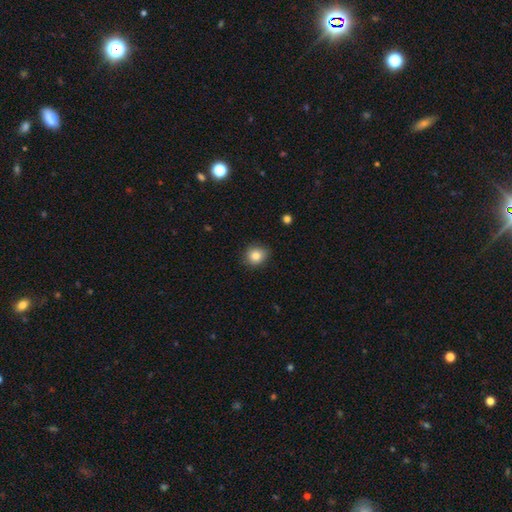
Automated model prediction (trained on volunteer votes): Smooth or featured: smooth — 84% (star or artifact — 10%)
How rounded: round — 77% (in between — 22%)
Merging: none — 81% (minor disturbance — 15%)